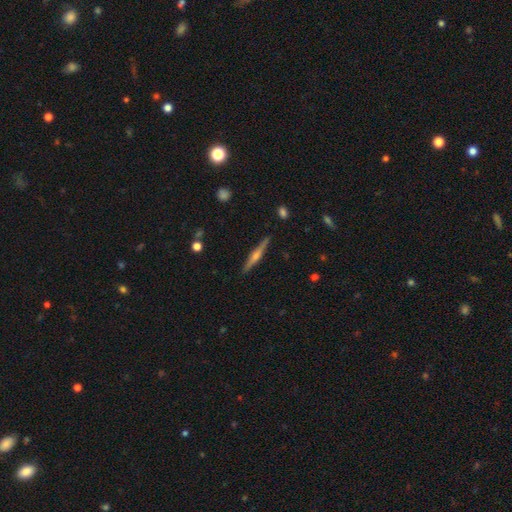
featured or disk 89%, smooth 8%, star or artifact 3%. Down the decision tree: edge-on disk — yes (97%); edge-on bulge — rounded (76%); merging — none (95%).